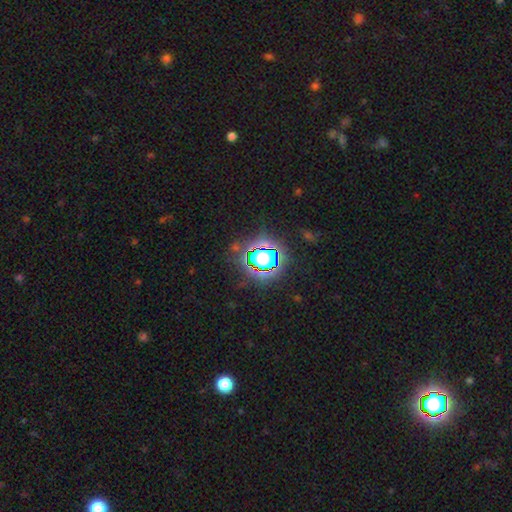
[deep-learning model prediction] smooth-or-featured: star or artifact: 73% | smooth: 17% | featured or disk: 10%